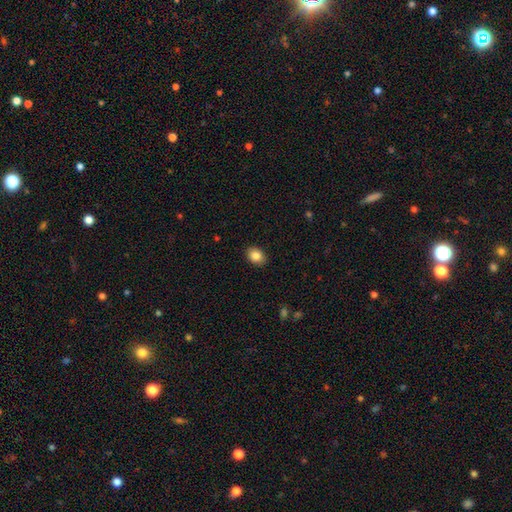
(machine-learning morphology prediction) A smooth galaxy with no disk features (86%) that is in between round and cigar-shaped (72%).

Vote fractions:
- Smooth or featured? smooth: 86% / star or artifact: 8% / featured or disk: 6%
- How rounded? in between: 72% / round: 27% / cigar-shaped: 1%
- Merging? none: 89% / minor disturbance: 8% / major disturbance: 2% / merger: 1%